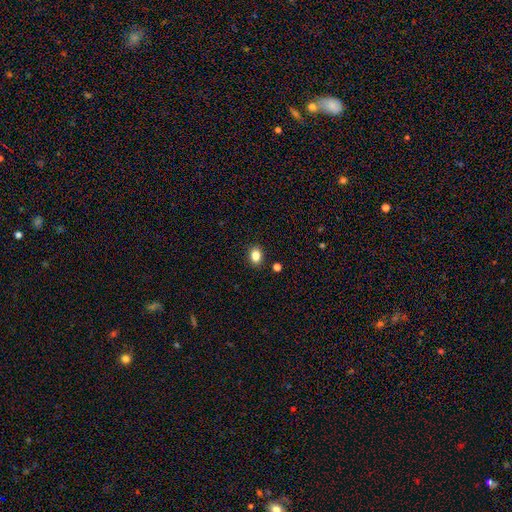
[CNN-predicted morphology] A smooth galaxy with no disk features (85%) that is in between round and cigar-shaped (63%). Merging: none (88%).